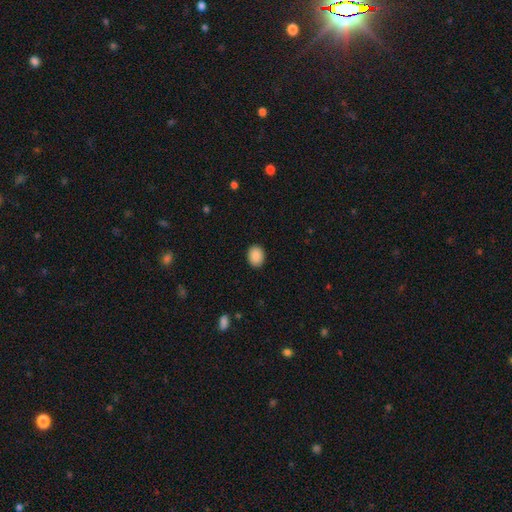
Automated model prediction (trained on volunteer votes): Smooth or featured?
  - smooth: 89% *
  - star or artifact: 8%
  - featured or disk: 3%
How rounded?
  - in between: 57% *
  - round: 42%
  - cigar-shaped: 1%
Merging?
  - none: 90% *
  - minor disturbance: 7%
  - major disturbance: 2%
  - merger: 1%